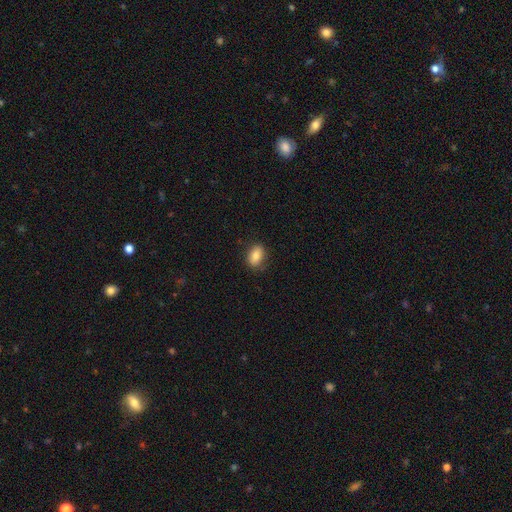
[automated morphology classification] Smooth or featured? Predicted: smooth (p=0.80). How rounded? Predicted: in between (p=0.78). Merging? Predicted: none (p=0.82).